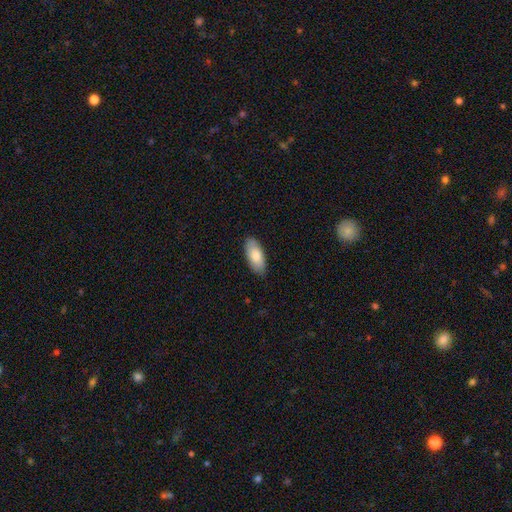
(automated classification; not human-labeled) A smooth galaxy with no disk features (82%) that is in between round and cigar-shaped (90%).

Vote fractions:
- Smooth or featured? smooth: 82% / featured or disk: 12% / star or artifact: 5%
- How rounded? in between: 90% / cigar-shaped: 9% / round: 2%
- Merging? none: 88% / minor disturbance: 10% / major disturbance: 2% / merger: 1%